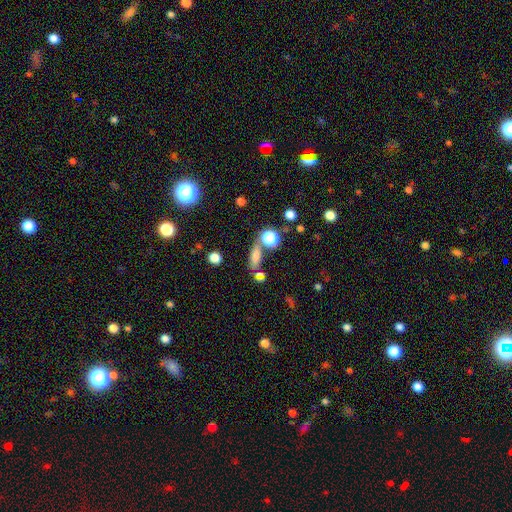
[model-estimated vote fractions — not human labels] Smooth or featured? smooth (68%)
How rounded? in between (50%)
Merging? none (66%)